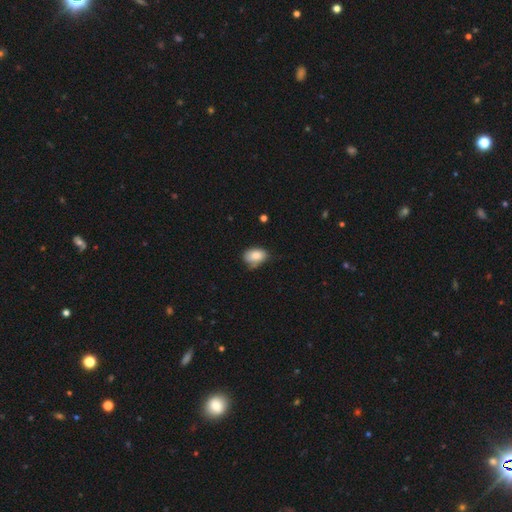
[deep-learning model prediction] smooth 85%, featured or disk 8%, star or artifact 8%. Down the decision tree: how rounded — in between (84%); merging — none (53%).